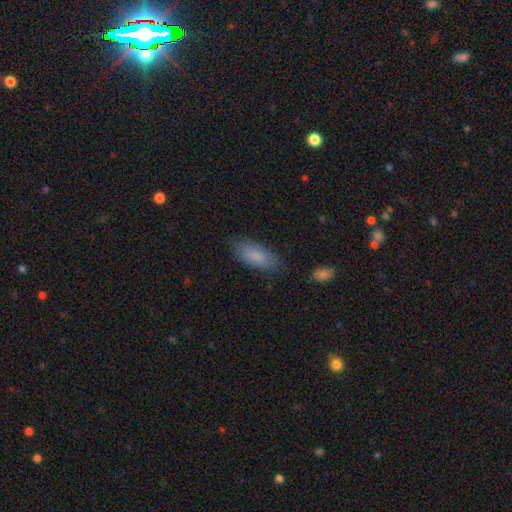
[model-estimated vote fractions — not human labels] A smooth galaxy with no disk features (84%) that is in between round and cigar-shaped (82%).

Vote fractions:
- Smooth or featured? smooth: 84% / featured or disk: 10% / star or artifact: 6%
- How rounded? in between: 82% / cigar-shaped: 16% / round: 2%
- Merging? none: 79% / minor disturbance: 15% / major disturbance: 4% / merger: 1%